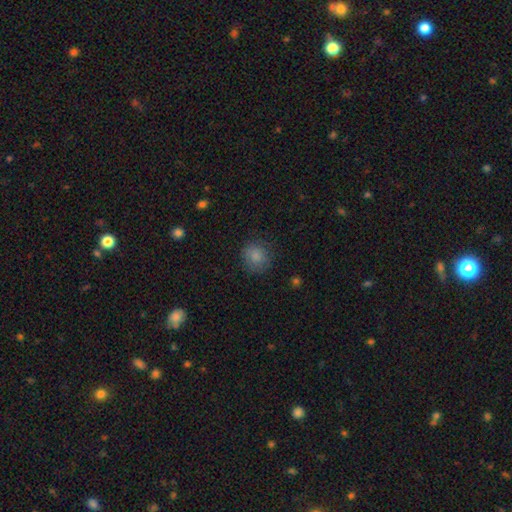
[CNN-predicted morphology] This is clearly a smooth galaxy (84%). How rounded: clearly round (84%). Merging: clearly none (80%).